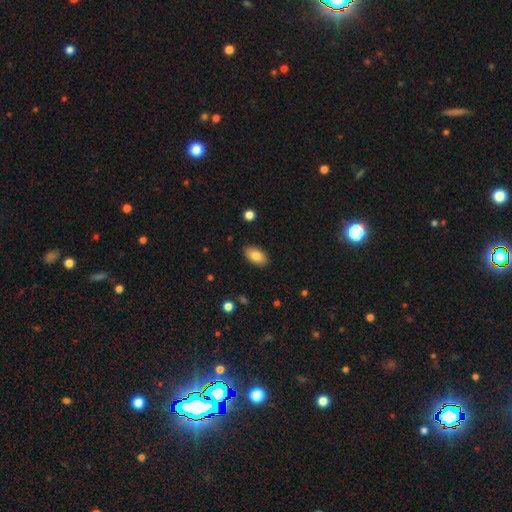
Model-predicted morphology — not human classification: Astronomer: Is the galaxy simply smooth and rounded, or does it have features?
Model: smooth — 84%.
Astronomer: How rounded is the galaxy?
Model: in between — 94%.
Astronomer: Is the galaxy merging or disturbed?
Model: none — 88%.